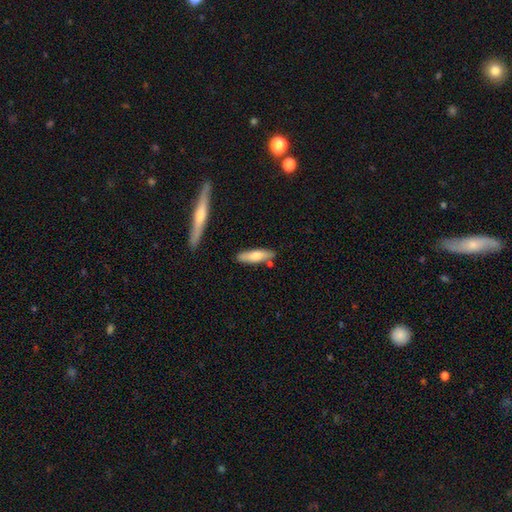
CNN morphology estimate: A smooth galaxy with no disk features (70%) that is cigar-shaped (66%). Merging: none (79%).